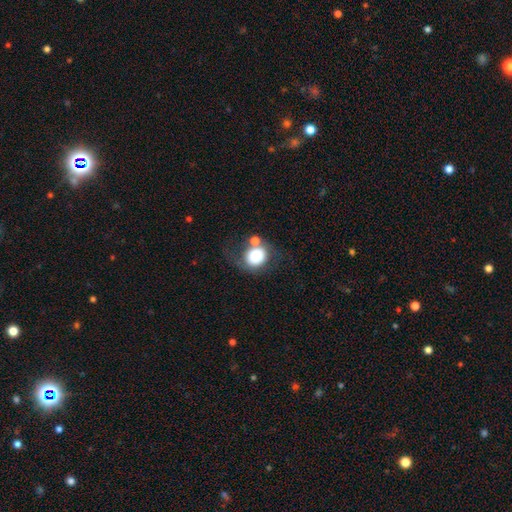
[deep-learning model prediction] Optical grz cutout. It shows a smooth galaxy with no disk features (74%) that is round (74%). Merging: none (48%).